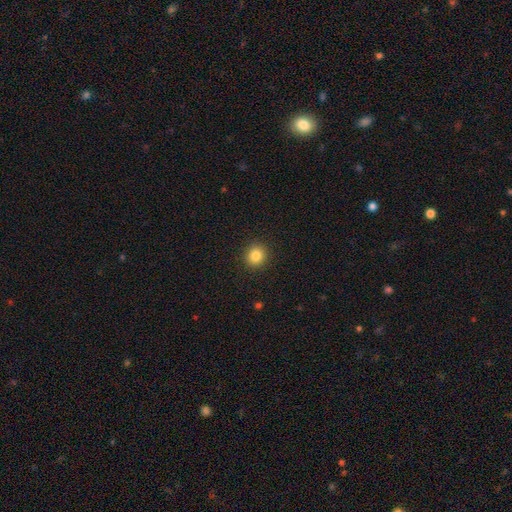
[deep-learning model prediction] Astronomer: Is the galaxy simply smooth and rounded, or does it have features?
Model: smooth — 84%.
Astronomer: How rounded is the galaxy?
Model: round — 88%.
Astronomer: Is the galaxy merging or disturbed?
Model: none — 92%.